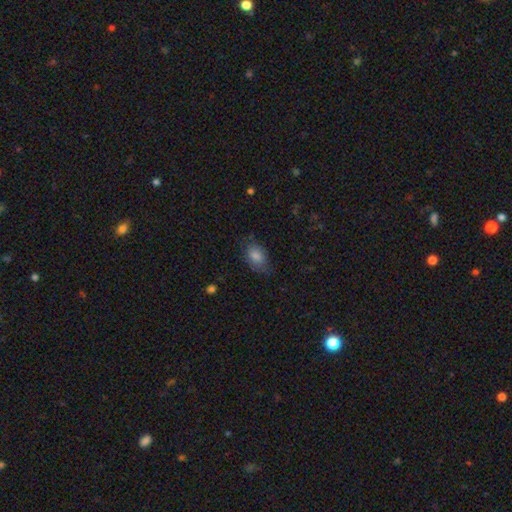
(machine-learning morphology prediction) A smooth galaxy with no disk features (78%) that is in between round and cigar-shaped (86%). Merging: none (70%).